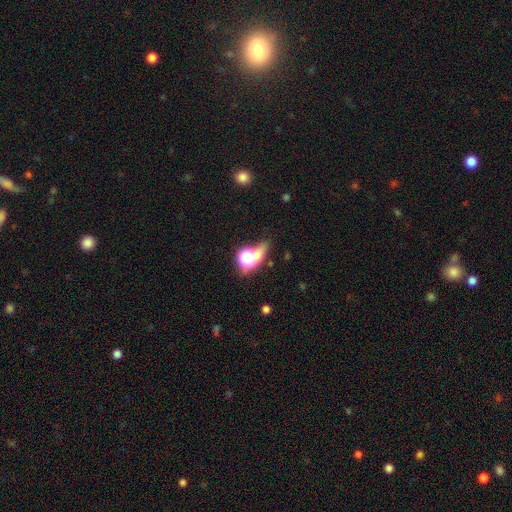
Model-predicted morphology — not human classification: smooth-or-featured: smooth: 52% | star or artifact: 33% | featured or disk: 15%
  how-rounded: round: 45% | in between: 43% | cigar-shaped: 12%
  merging: none: 47% | merger: 23% | minor disturbance: 15% | major disturbance: 14%